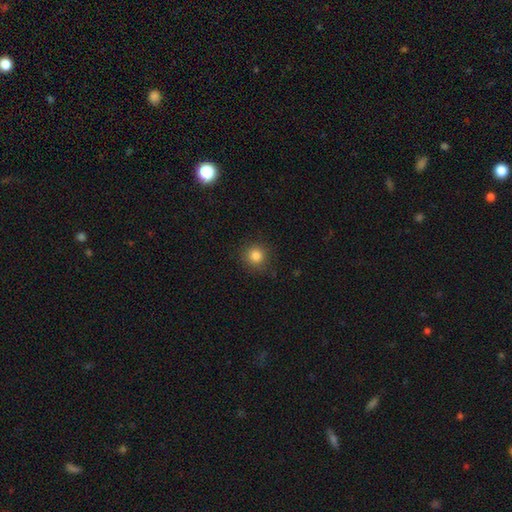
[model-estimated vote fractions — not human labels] Overall: smooth (83%). How rounded: round (93%). Merging: none (87%).